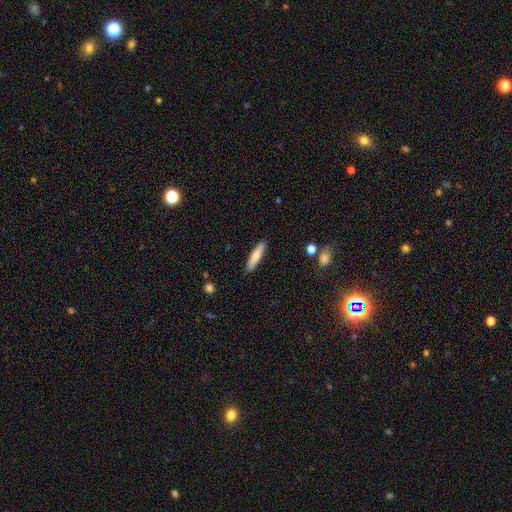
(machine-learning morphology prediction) A smooth galaxy with no disk features (75%) that is cigar-shaped (81%). Merging: none (90%).